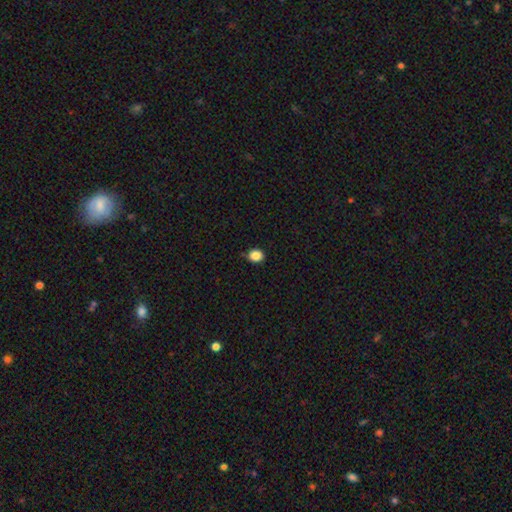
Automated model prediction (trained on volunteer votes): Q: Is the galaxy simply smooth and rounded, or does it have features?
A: smooth — 86%.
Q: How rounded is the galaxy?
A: round — 68%.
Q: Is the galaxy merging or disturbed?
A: none — 80%.